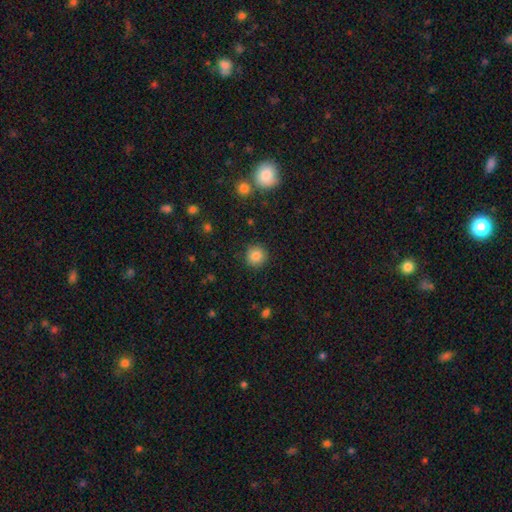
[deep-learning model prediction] Q: Smooth or featured?
A: smooth (84%); runner-up: star or artifact (11%)
Q: How rounded?
A: round (93%); runner-up: in between (6%)
Q: Merging?
A: none (90%); runner-up: minor disturbance (7%)